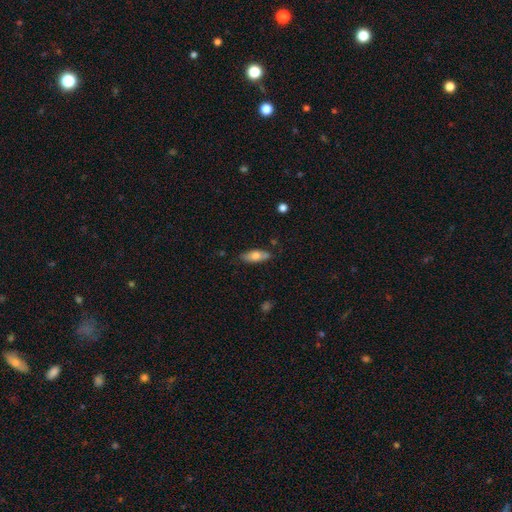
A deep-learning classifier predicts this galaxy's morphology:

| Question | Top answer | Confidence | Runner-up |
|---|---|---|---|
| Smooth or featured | smooth | 69% | featured or disk (25%) |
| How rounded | in between | 74% | cigar-shaped (23%) |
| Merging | none | 80% | minor disturbance (15%) |